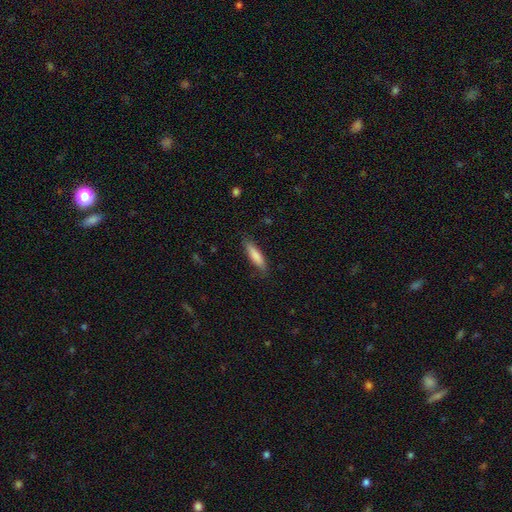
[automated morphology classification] Smooth or featured? smooth (83%)
How rounded? cigar-shaped (69%)
Merging? none (81%)